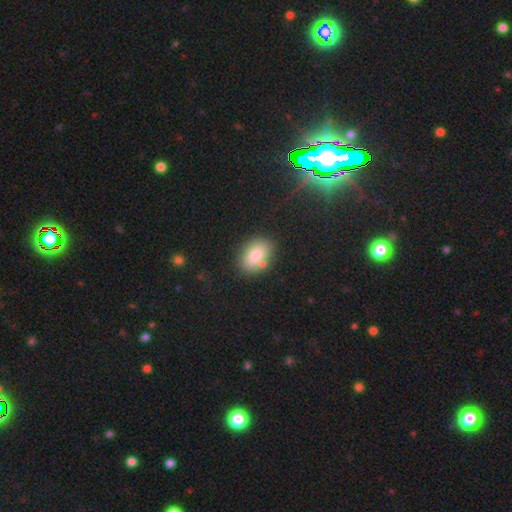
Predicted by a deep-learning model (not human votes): Q: Smooth or featured?
A: smooth (82%); runner-up: featured or disk (10%)
Q: How rounded?
A: in between (85%); runner-up: round (14%)
Q: Merging?
A: none (72%); runner-up: minor disturbance (14%)